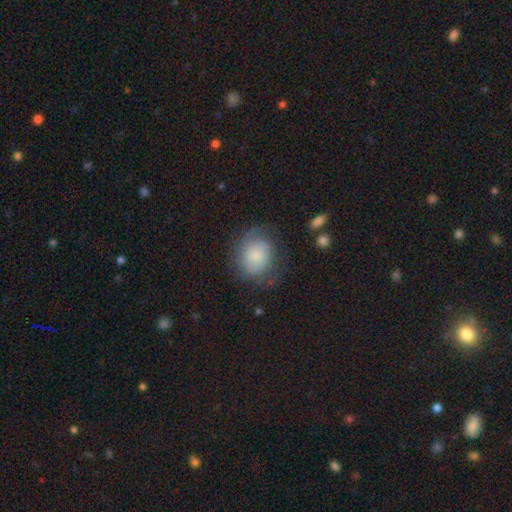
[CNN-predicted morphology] A smooth galaxy with no disk features (56%) that is round (61%).

Vote fractions:
- Smooth or featured? smooth: 56% / featured or disk: 35% / star or artifact: 8%
- How rounded? round: 61% / in between: 38% / cigar-shaped: 1%
- Merging? none: 56% / minor disturbance: 26% / major disturbance: 16% / merger: 2%